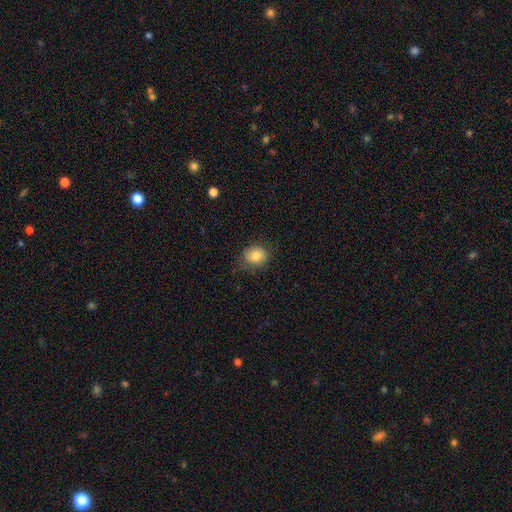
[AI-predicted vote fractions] Smooth or featured: smooth — 80% (featured or disk — 11%)
How rounded: round — 63% (in between — 37%)
Merging: none — 74% (minor disturbance — 19%)